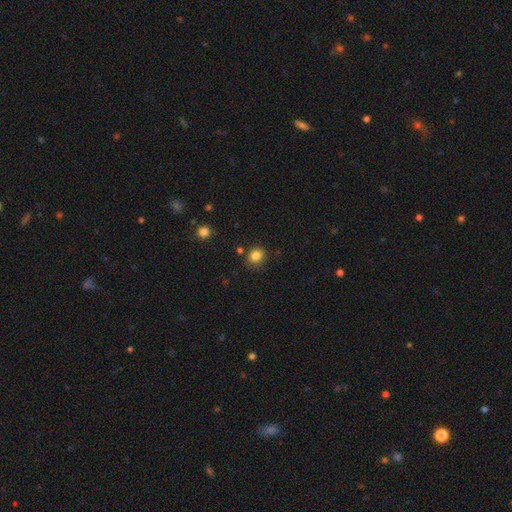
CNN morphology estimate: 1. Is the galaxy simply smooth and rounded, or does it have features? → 83% smooth, 11% star or artifact, 5% featured or disk.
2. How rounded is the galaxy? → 70% round, 29% in between, 1% cigar-shaped.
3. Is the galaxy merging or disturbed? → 82% none, 12% minor disturbance, 4% merger, 3% major disturbance.